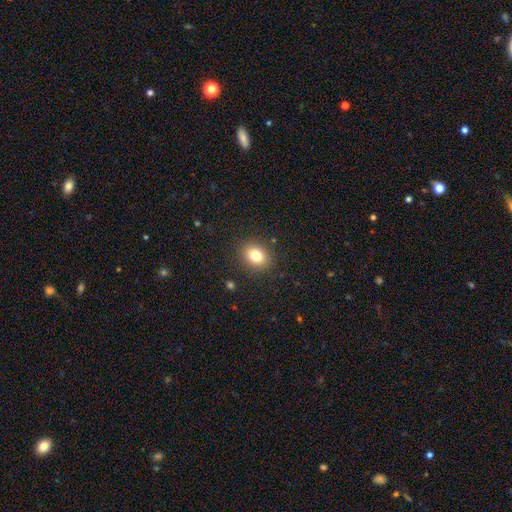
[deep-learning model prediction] The model was most divided on "how rounded": in between: 50%, round: 49%, cigar-shaped: 1%. More confident: merging — none (87%); smooth or featured — smooth (81%).